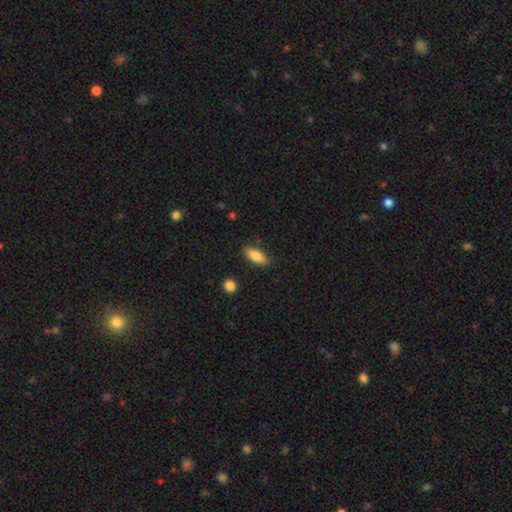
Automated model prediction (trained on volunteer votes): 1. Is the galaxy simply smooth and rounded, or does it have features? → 83% smooth, 10% featured or disk, 7% star or artifact.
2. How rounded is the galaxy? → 79% in between, 19% cigar-shaped, 3% round.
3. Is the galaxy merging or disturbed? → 83% none, 13% minor disturbance, 3% major disturbance, 2% merger.